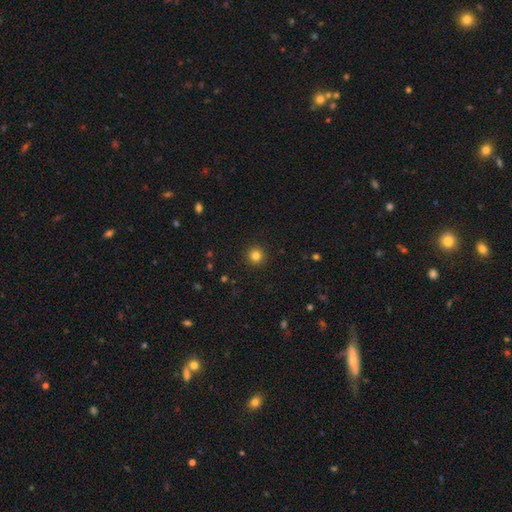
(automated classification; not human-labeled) Smooth or featured?
  - smooth: 82% *
  - star or artifact: 13%
  - featured or disk: 5%
How rounded?
  - round: 96% *
  - in between: 4%
  - cigar-shaped: 1%
Merging?
  - none: 93% *
  - minor disturbance: 4%
  - major disturbance: 2%
  - merger: 1%